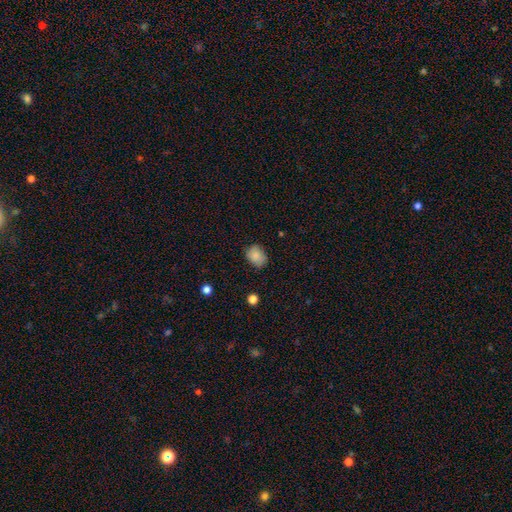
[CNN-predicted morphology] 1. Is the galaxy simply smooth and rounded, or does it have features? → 86% smooth, 8% star or artifact, 6% featured or disk.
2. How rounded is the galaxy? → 63% in between, 36% round, 1% cigar-shaped.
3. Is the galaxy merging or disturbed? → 74% none, 21% minor disturbance, 4% major disturbance, 1% merger.